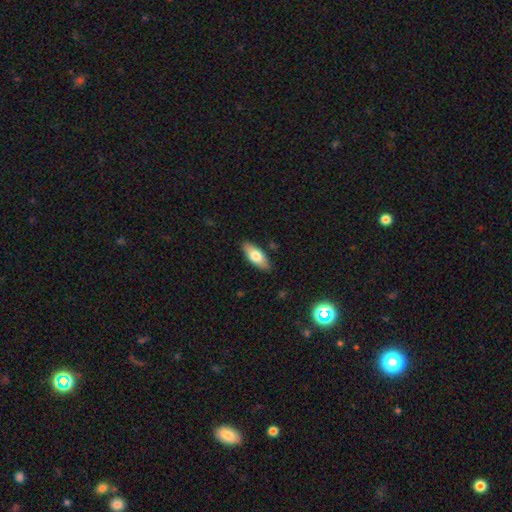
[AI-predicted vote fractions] smooth 74%, featured or disk 20%, star or artifact 6%. Down the decision tree: how rounded — in between (81%); merging — none (86%).